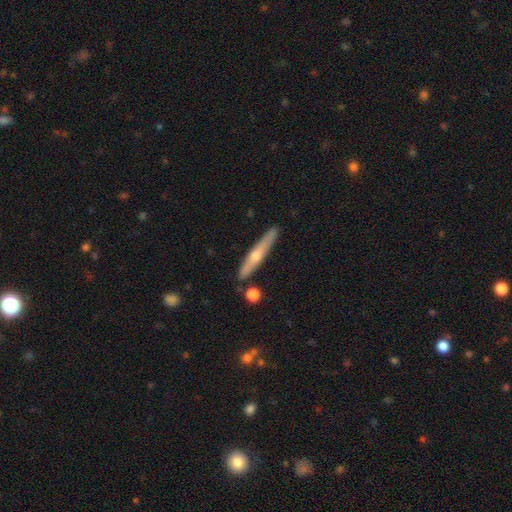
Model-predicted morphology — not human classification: Smooth or featured: featured or disk — 58% (smooth — 36%)
Edge-on disk: yes — 93% (no — 7%)
Edge-on bulge: rounded — 81% (none — 16%)
Merging: none — 85% (minor disturbance — 10%)